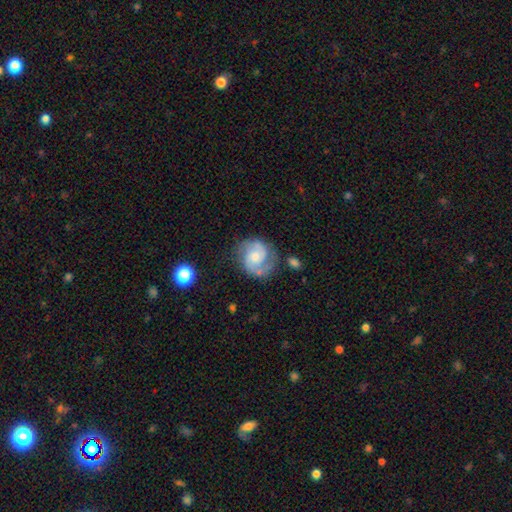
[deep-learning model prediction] smooth-or-featured: featured or disk: 83% | smooth: 11% | star or artifact: 6%
  disk-edge-on: no: 98% | yes: 2%
    bar: no: 60% | weak: 34% | strong: 6%
    has-spiral-arms: yes: 96% | no: 4%
      spiral-winding: medium: 50% | tight: 37% | loose: 13%
      spiral-arm-count: 2: 89% | can't tell: 5% | 3: 2% | 1: 2% | 4: 1% | more than 4: 1%
    bulge-size: moderate: 44% | small: 43% | none: 7% | large: 5% | dominant: 1%
  merging: none: 70% | minor disturbance: 19% | major disturbance: 7% | merger: 3%